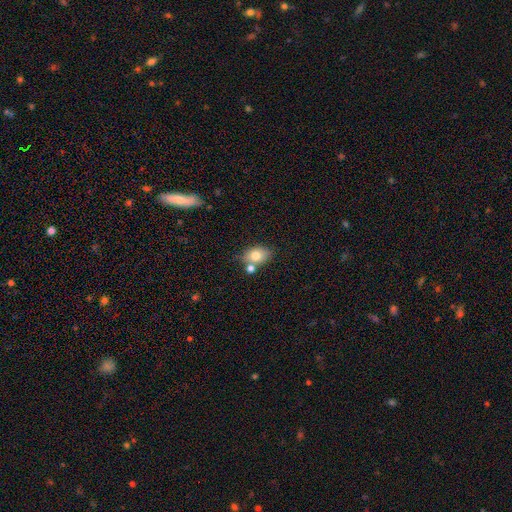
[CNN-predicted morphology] Smooth or featured? Predicted: smooth (p=0.77). How rounded? Predicted: in between (p=0.77). Merging? Predicted: none (p=0.60).